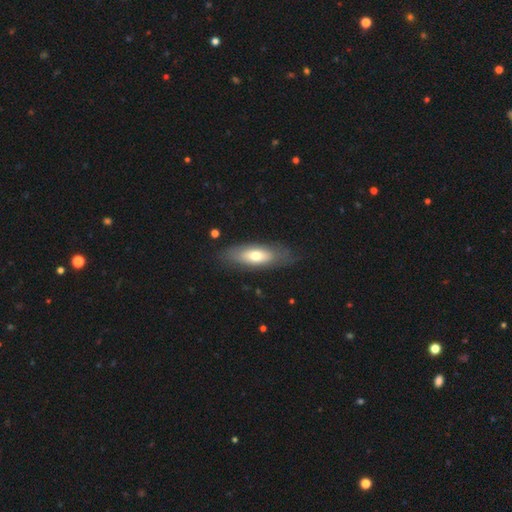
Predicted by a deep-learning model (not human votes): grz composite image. It shows a smooth galaxy with no disk features (58%) that is in between round and cigar-shaped (73%). Merging: none (74%).